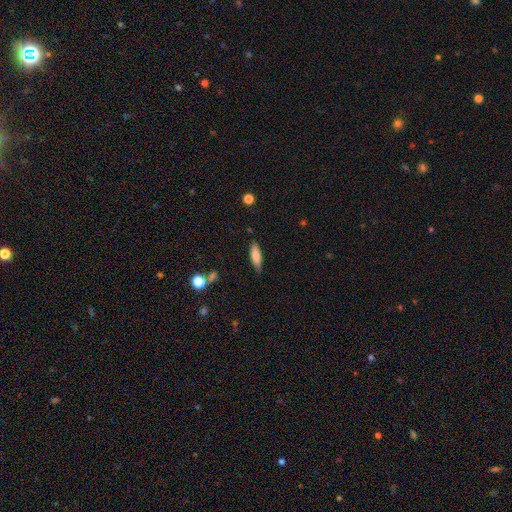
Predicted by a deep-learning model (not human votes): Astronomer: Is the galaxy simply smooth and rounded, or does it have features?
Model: smooth — 81%.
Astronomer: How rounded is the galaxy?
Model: cigar-shaped — 52% (runner-up: in between, 47%).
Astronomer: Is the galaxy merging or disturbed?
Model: none — 80%.